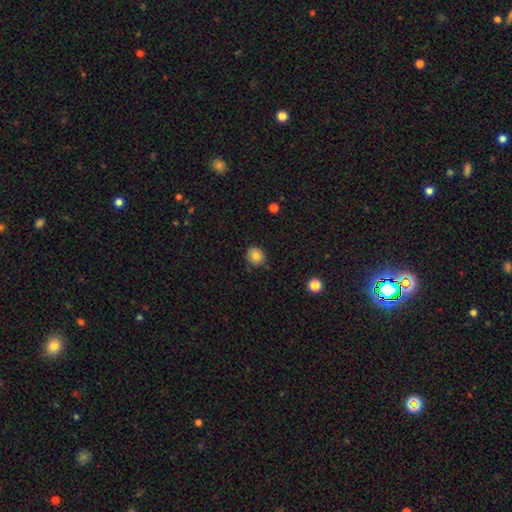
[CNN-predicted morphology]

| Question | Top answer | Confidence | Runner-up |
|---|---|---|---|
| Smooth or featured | smooth | 83% | star or artifact (10%) |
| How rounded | round | 82% | in between (17%) |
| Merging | none | 85% | minor disturbance (11%) |